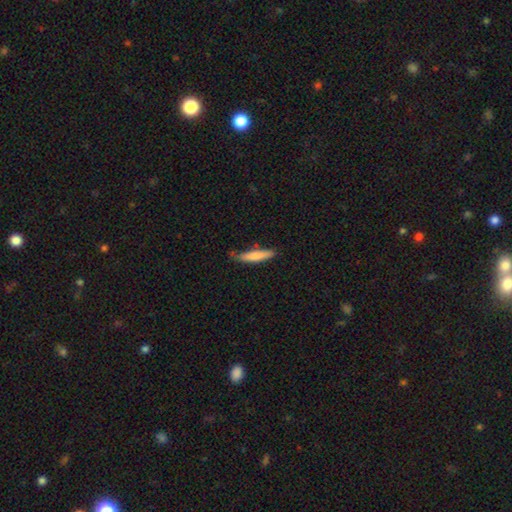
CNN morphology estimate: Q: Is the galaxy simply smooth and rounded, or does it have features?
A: smooth — 77%.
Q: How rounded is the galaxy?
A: cigar-shaped — 85%.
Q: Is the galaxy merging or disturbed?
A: none — 69%.